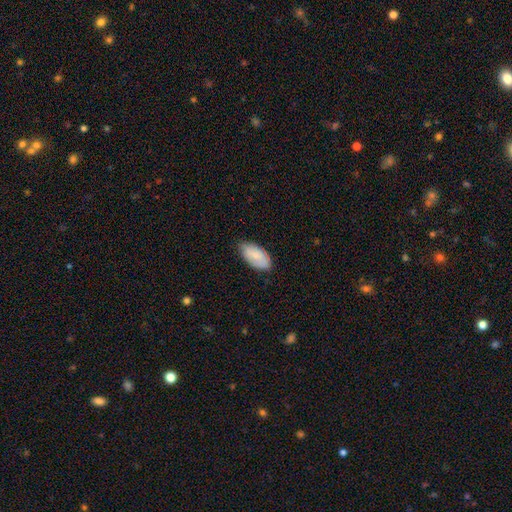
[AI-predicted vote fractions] The model was most divided on "merging": none: 76%, minor disturbance: 20%, major disturbance: 3%, merger: 1%. More confident: how rounded — in between (95%); smooth or featured — smooth (76%).